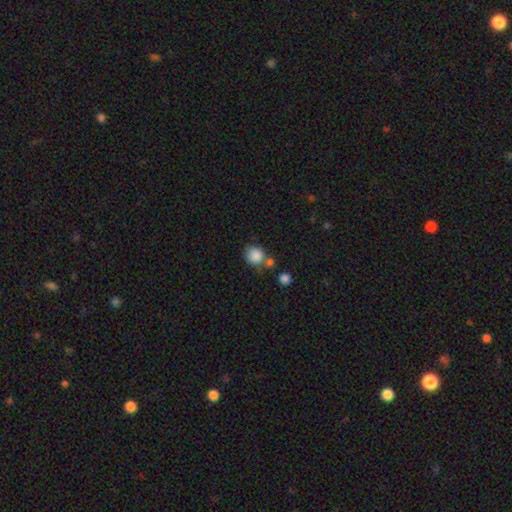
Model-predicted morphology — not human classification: Overall: smooth (86%). How rounded: round (85%). Merging: none (58%; merger 23%).